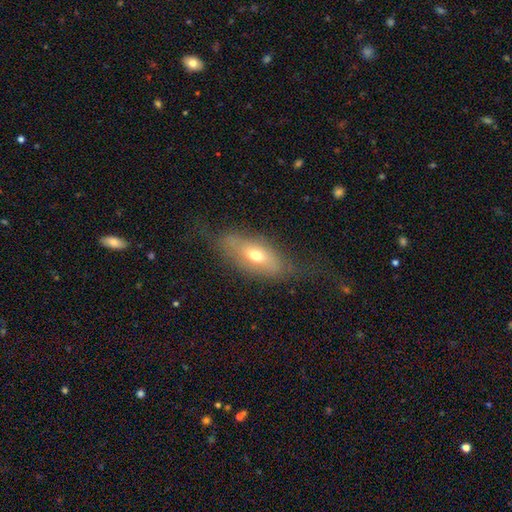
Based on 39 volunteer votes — A smooth galaxy with no disk features (74%) that is in between round and cigar-shaped (97%). Merging: none (72%).